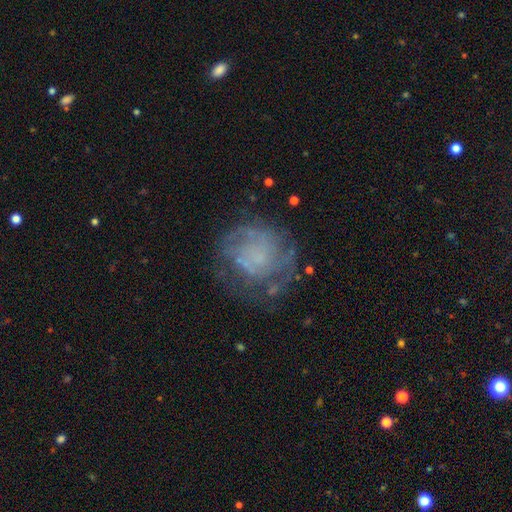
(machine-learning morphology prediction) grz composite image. It shows a featured or disk galaxy (63%) with no bar (84%), spiral arms (62%) and no central bulge (61%). Merging: none (61%).